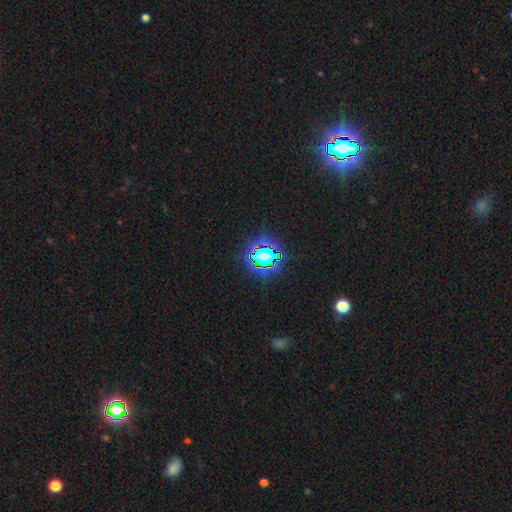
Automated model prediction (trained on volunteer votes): smooth_or_featured: star or artifact (p=0.70) [alt: smooth p=0.20]